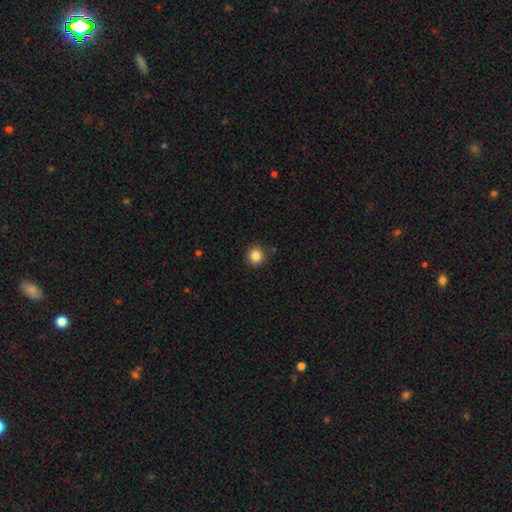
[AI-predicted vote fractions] The model was most divided on "smooth or featured": smooth: 85%, star or artifact: 11%, featured or disk: 4%. More confident: how rounded — round (92%); merging — none (90%).